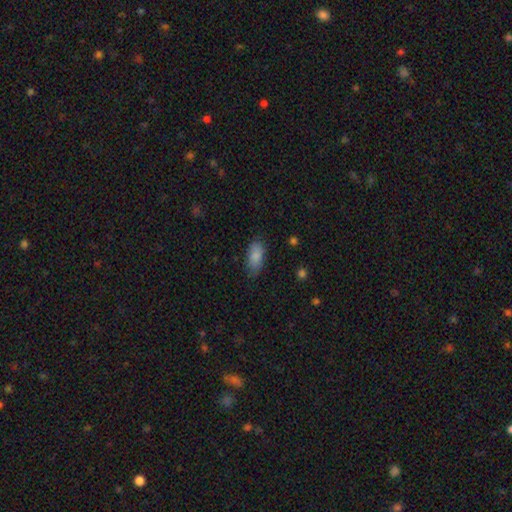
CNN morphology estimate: Overall: smooth (86%). How rounded: in between (89%). Merging: none (73%).